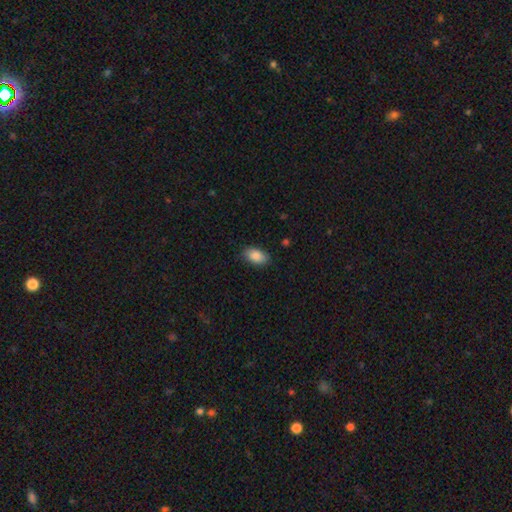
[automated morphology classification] The model was most divided on "merging": none: 85%, minor disturbance: 12%, major disturbance: 2%, merger: 1%. More confident: how rounded — in between (92%); smooth or featured — smooth (86%).